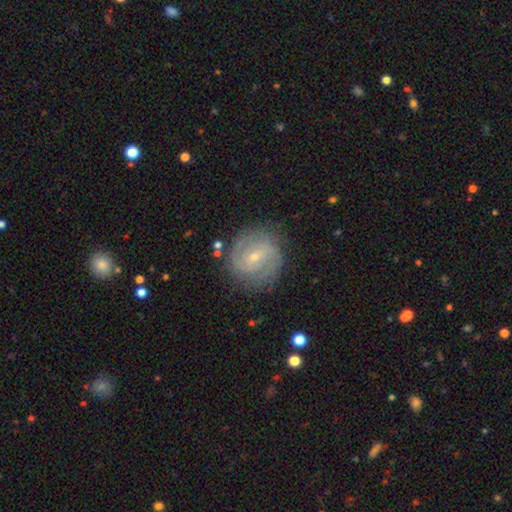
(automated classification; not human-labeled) smooth_or_featured: featured or disk (p=0.80) [alt: smooth p=0.13]
disk_edge_on: no (p=0.97) [alt: yes p=0.03]
bar: weak (p=0.52) [alt: no p=0.31]
has_spiral_arms: yes (p=0.93) [alt: no p=0.07]
spiral_winding: tight (p=0.56) [alt: medium p=0.35]
spiral_arm_count: 2 (p=0.60) [alt: can't tell p=0.20]
bulge_size: small (p=0.74) [alt: moderate p=0.23]
merging: none (p=0.80) [alt: minor disturbance p=0.13]